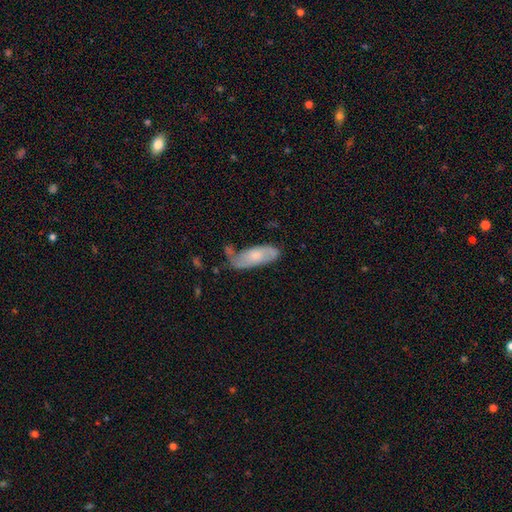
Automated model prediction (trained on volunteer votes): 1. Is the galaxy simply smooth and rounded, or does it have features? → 51% smooth, 42% featured or disk, 7% star or artifact.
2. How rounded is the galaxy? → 72% in between, 26% cigar-shaped, 2% round.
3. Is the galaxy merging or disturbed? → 49% none, 30% minor disturbance, 12% major disturbance, 9% merger.